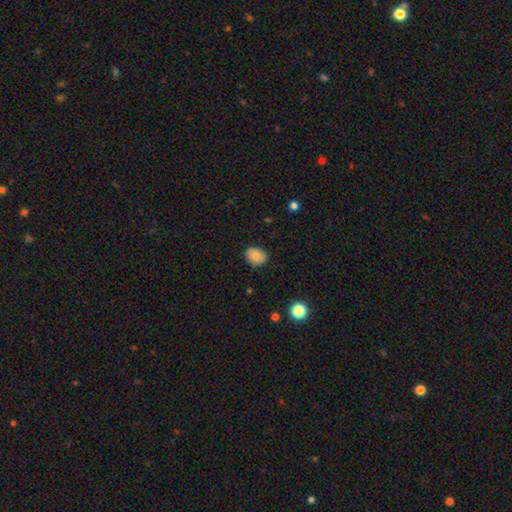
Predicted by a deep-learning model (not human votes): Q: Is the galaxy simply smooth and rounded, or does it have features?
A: smooth — 83%.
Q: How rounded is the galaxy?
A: in between — 64%.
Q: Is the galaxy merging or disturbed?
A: none — 82%.